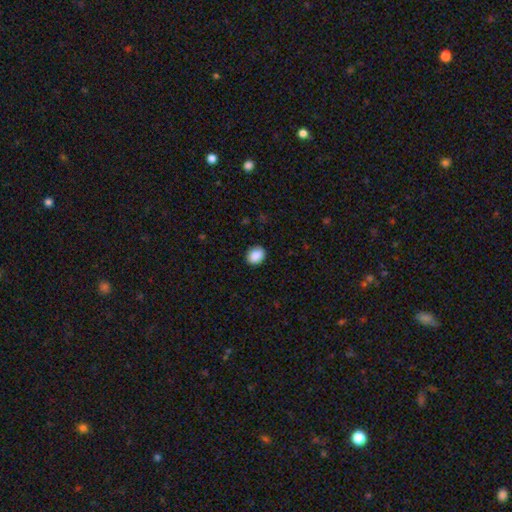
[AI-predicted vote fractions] Smooth or featured? smooth (90%)
How rounded? in between (56%)
Merging? none (88%)